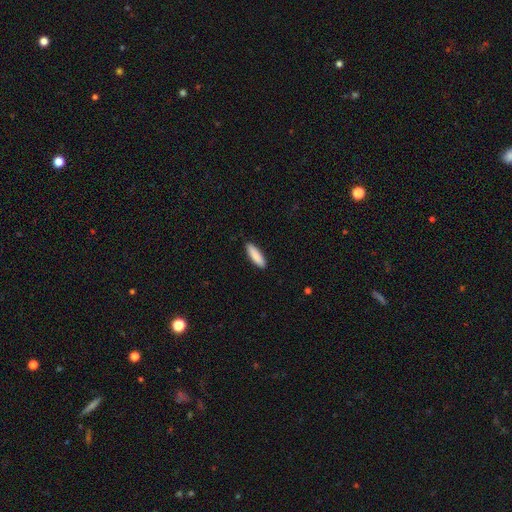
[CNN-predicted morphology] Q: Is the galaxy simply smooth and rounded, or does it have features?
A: smooth — 88%.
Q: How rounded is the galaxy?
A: cigar-shaped — 58%.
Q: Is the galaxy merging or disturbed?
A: none — 90%.